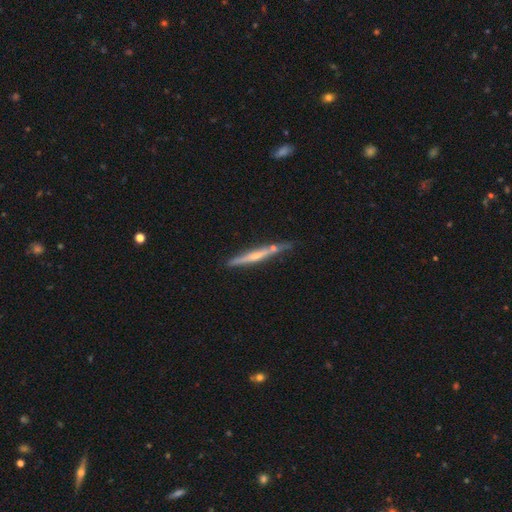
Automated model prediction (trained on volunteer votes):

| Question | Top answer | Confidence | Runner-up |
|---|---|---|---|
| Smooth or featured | featured or disk | 61% | smooth (33%) |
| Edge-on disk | yes | 95% | no (5%) |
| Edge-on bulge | rounded | 55% | none (37%) |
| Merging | none | 71% | minor disturbance (17%) |